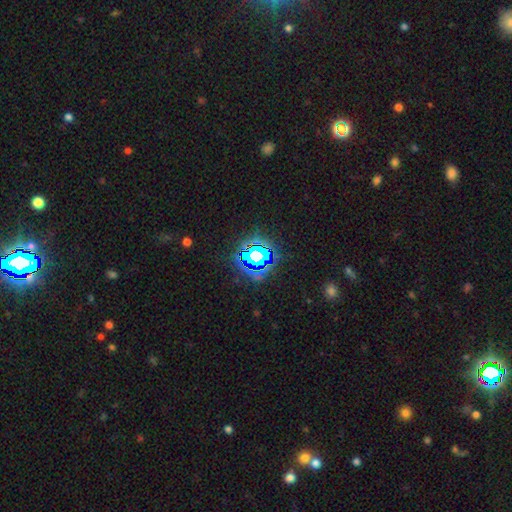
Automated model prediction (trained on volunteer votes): Overall: star or artifact (67%).